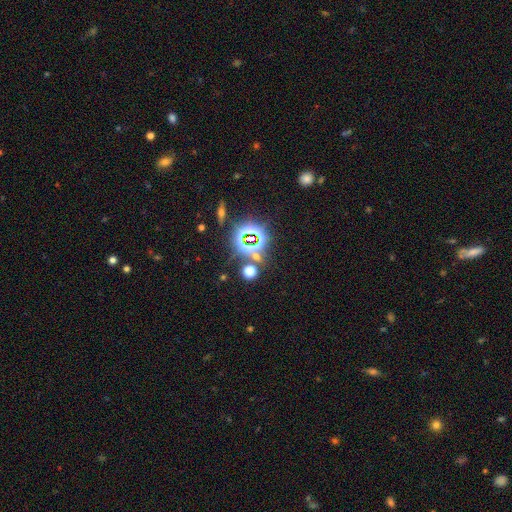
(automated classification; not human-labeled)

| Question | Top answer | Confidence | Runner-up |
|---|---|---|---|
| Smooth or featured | star or artifact | 62% | smooth (30%) |